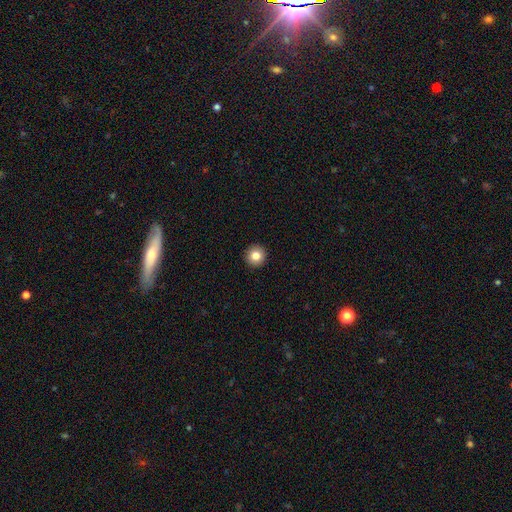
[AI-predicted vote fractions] The model was most divided on "smooth or featured": smooth: 83%, star or artifact: 10%, featured or disk: 7%. More confident: how rounded — round (95%); merging — none (94%).